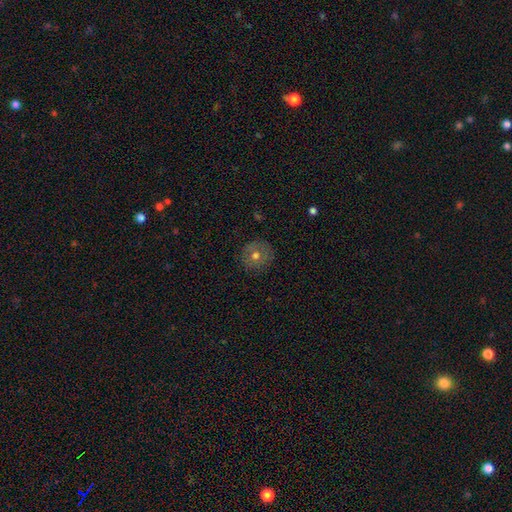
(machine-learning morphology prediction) A smooth galaxy with no disk features (59%) that is round (91%).

Vote fractions:
- Smooth or featured? smooth: 59% / featured or disk: 28% / star or artifact: 12%
- How rounded? round: 91% / in between: 8% / cigar-shaped: 1%
- Merging? none: 87% / minor disturbance: 10% / major disturbance: 3% / merger: 1%